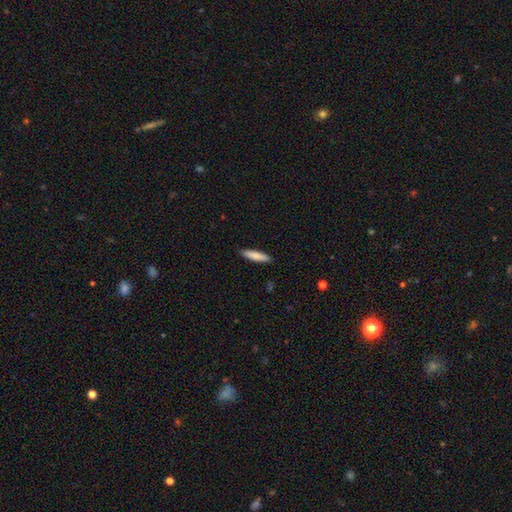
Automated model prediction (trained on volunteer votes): Smooth or featured? Predicted: smooth (p=0.82). How rounded? Predicted: cigar-shaped (p=0.79). Merging? Predicted: none (p=0.90).